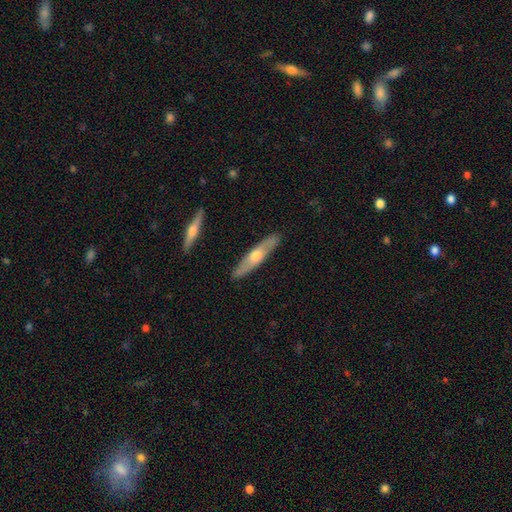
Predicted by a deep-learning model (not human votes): Overall: featured or disk (58%; smooth 36%). Edge-on disk: yes (78%). Merging: none (88%).